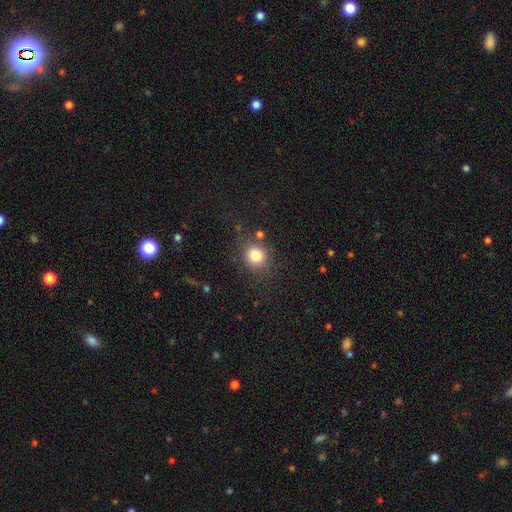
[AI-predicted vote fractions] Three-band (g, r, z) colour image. It shows a smooth galaxy with no disk features (81%) that is round (82%). Merging: none (78%).